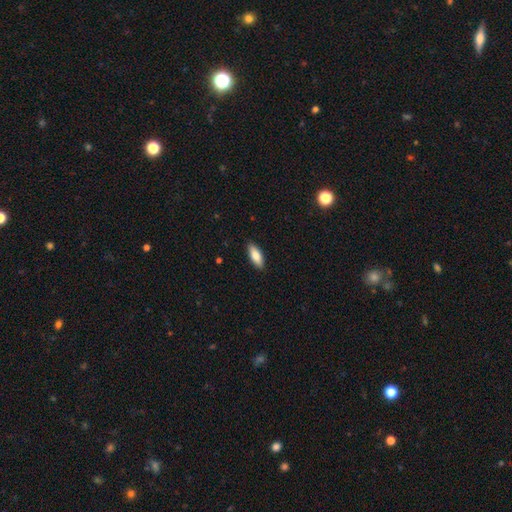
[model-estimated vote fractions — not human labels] A smooth galaxy with no disk features (82%) that is in between round and cigar-shaped (72%).

Vote fractions:
- Smooth or featured? smooth: 82% / featured or disk: 12% / star or artifact: 6%
- How rounded? in between: 72% / cigar-shaped: 26% / round: 2%
- Merging? none: 90% / minor disturbance: 8% / major disturbance: 2% / merger: 1%